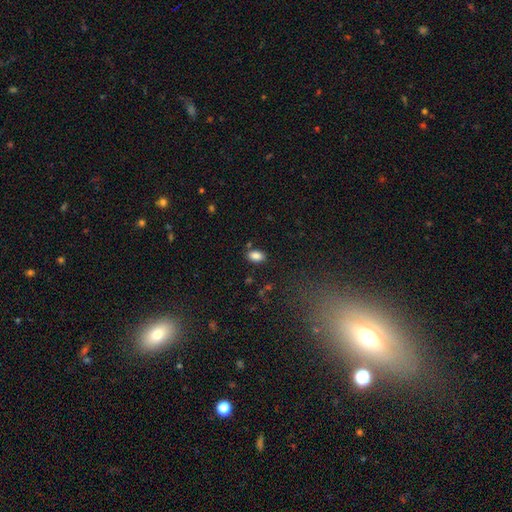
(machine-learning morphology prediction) Overall: smooth (86%). How rounded: in between (88%). Merging: none (82%).